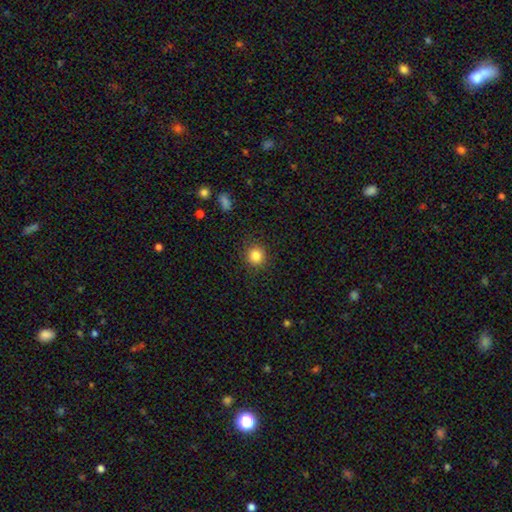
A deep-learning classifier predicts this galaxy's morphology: smooth 84%, star or artifact 11%, featured or disk 5%. Down the decision tree: how rounded — round (91%); merging — none (90%).